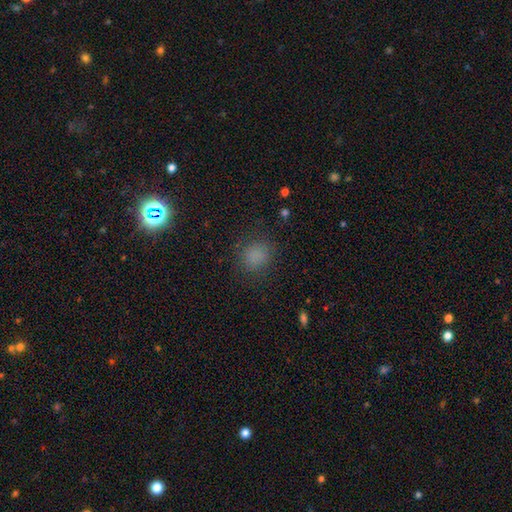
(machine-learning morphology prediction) Smooth or featured?
  - smooth: 79% *
  - star or artifact: 16%
  - featured or disk: 5%
How rounded?
  - round: 76% *
  - in between: 22%
  - cigar-shaped: 1%
Merging?
  - none: 83% *
  - minor disturbance: 11%
  - major disturbance: 5%
  - merger: 1%